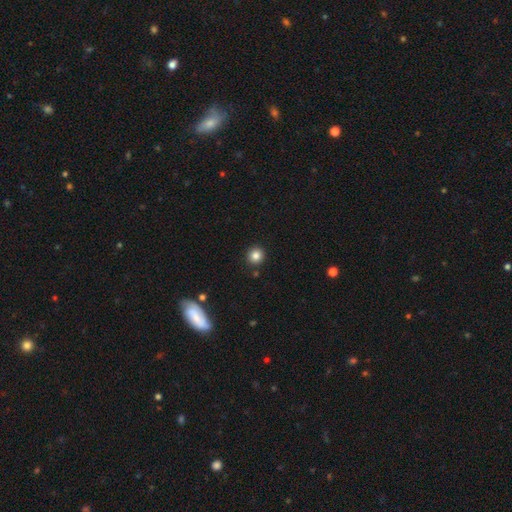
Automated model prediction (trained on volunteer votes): This appears to be a smooth galaxy with no disk features (83%) that is round (92%). Merging: none (89%).